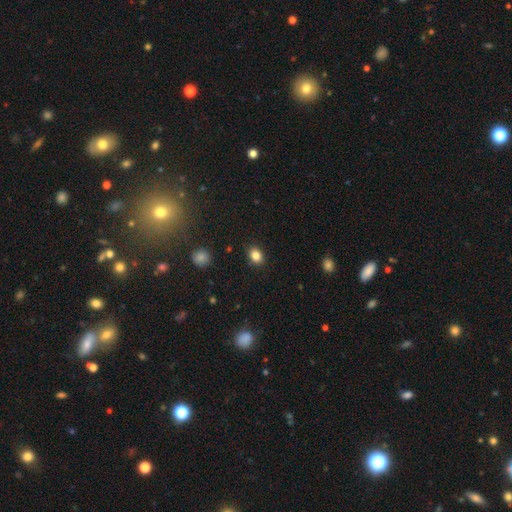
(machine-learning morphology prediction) Smooth or featured?
  - smooth: 84% *
  - star or artifact: 10%
  - featured or disk: 6%
How rounded?
  - in between: 65% *
  - round: 34%
  - cigar-shaped: 1%
Merging?
  - none: 88% *
  - minor disturbance: 9%
  - major disturbance: 2%
  - merger: 1%